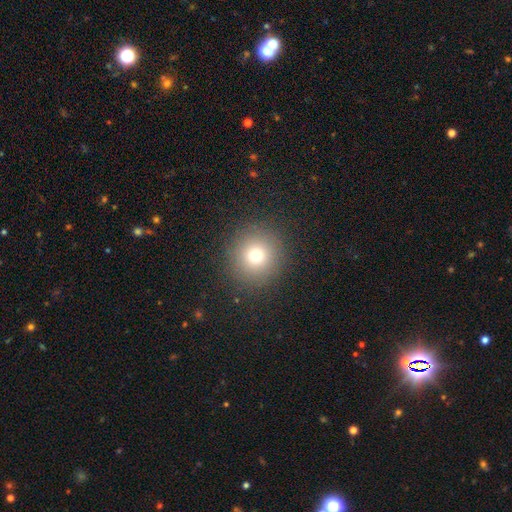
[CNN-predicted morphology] smooth_or_featured: smooth (p=0.73) [alt: star or artifact p=0.17]
how_rounded: round (p=0.94) [alt: in between p=0.05]
merging: none (p=0.90) [alt: minor disturbance p=0.06]